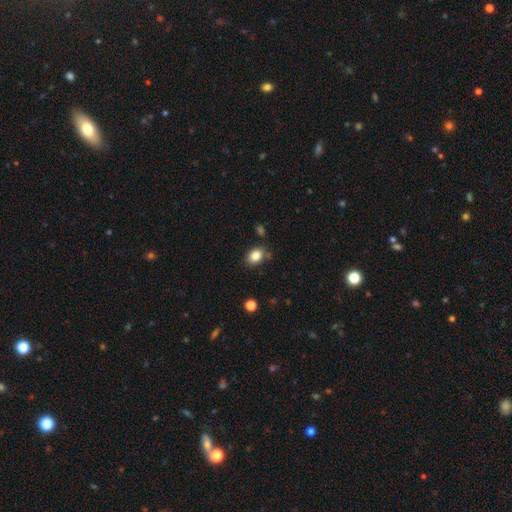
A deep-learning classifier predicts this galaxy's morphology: Smooth or featured?
  - smooth: 84% *
  - star or artifact: 9%
  - featured or disk: 7%
How rounded?
  - in between: 77% *
  - round: 22%
  - cigar-shaped: 1%
Merging?
  - none: 78% *
  - minor disturbance: 15%
  - merger: 4%
  - major disturbance: 3%